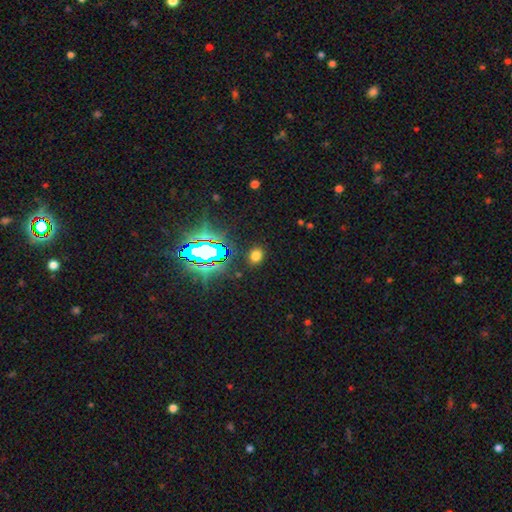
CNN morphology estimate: This appears to be a smooth galaxy with no disk features (65%) that is round (57%). Merging: none (87%).